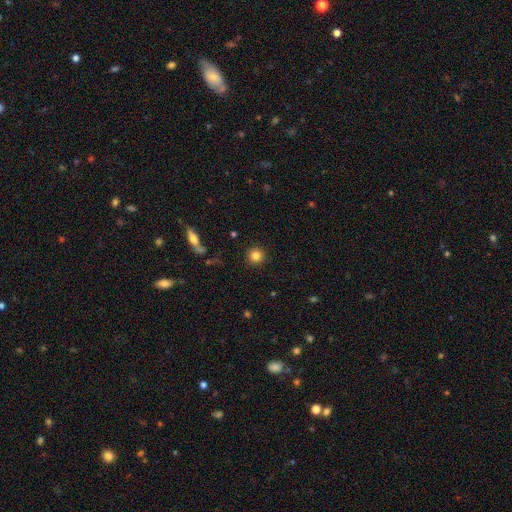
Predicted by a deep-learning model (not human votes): A smooth galaxy with no disk features (83%) that is round (95%).

Vote fractions:
- Smooth or featured? smooth: 83% / star or artifact: 11% / featured or disk: 6%
- How rounded? round: 95% / in between: 4% / cigar-shaped: 1%
- Merging? none: 91% / minor disturbance: 5% / major disturbance: 2% / merger: 1%